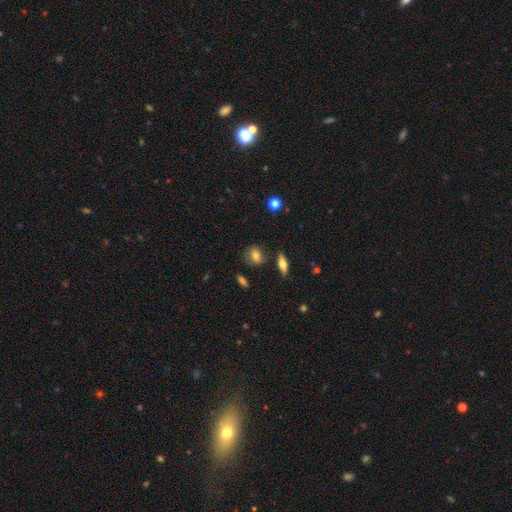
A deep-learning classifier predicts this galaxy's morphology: Overall: smooth (75%). How rounded: round (63%; in between 34%). Merging: none (80%).